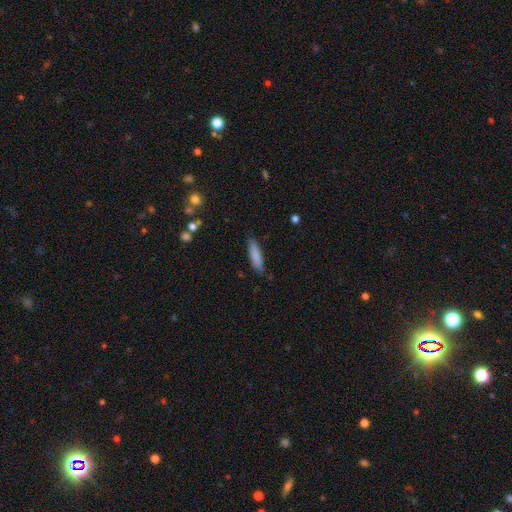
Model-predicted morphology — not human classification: Smooth or featured?
  - smooth: 83% *
  - featured or disk: 10%
  - star or artifact: 6%
How rounded?
  - cigar-shaped: 74% *
  - in between: 24%
  - round: 1%
Merging?
  - none: 82% *
  - minor disturbance: 14%
  - major disturbance: 2%
  - merger: 2%